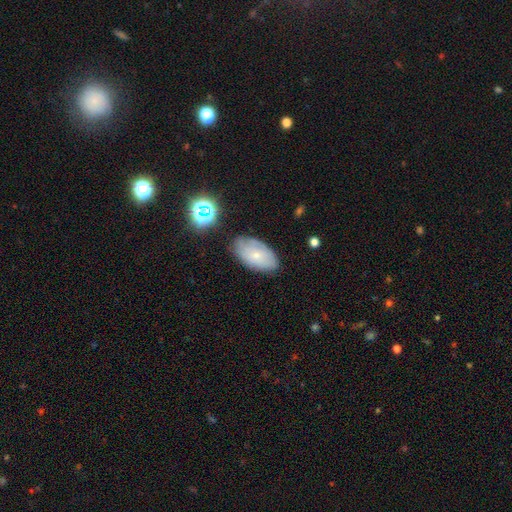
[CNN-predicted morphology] This is possibly a smooth galaxy (58%). How rounded: clearly in between (93%). Merging: likely none (71%).